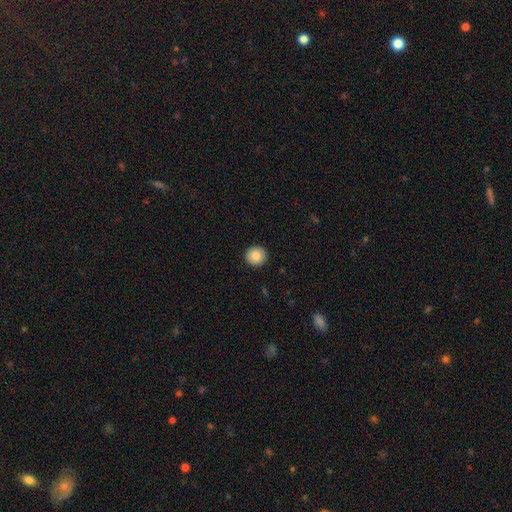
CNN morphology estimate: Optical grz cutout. It shows a smooth galaxy with no disk features (85%) that is round (92%). Merging: none (93%).